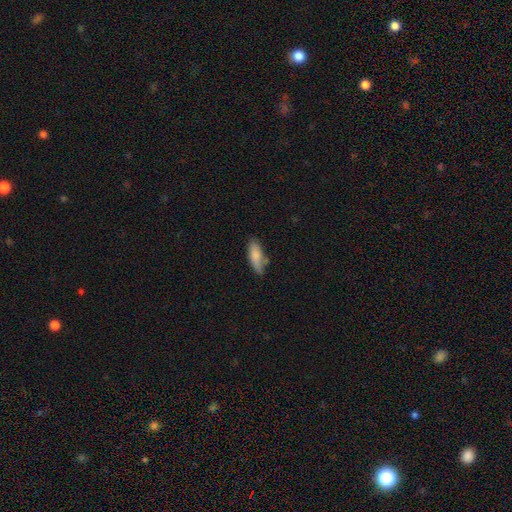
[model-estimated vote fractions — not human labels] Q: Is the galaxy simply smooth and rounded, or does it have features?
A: smooth — 81%.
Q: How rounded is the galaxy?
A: in between — 59%.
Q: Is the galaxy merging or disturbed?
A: none — 61%.